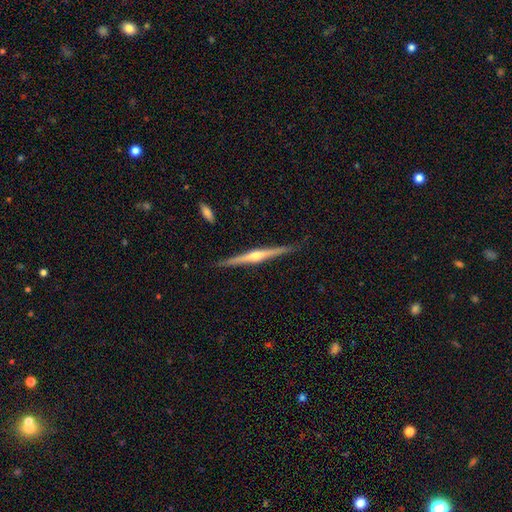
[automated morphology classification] smooth_or_featured: featured or disk (p=0.80) [alt: smooth p=0.15]
disk_edge_on: yes (p=0.98) [alt: no p=0.02]
edge_on_bulge: rounded (p=0.90) [alt: none p=0.06]
merging: none (p=0.88) [alt: minor disturbance p=0.09]